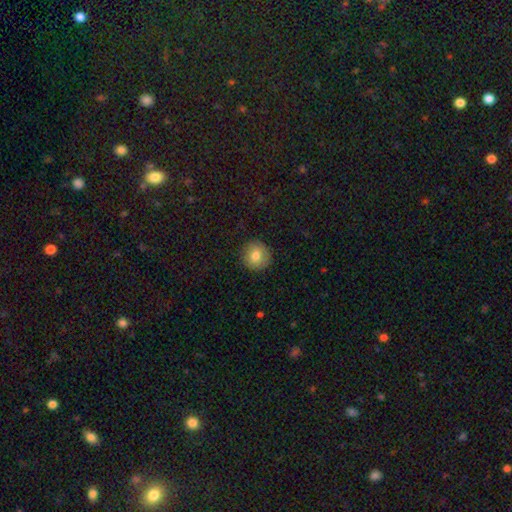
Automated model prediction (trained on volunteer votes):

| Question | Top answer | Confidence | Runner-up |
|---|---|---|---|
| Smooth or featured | smooth | 81% | featured or disk (10%) |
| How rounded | round | 94% | in between (5%) |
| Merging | none | 90% | minor disturbance (7%) |